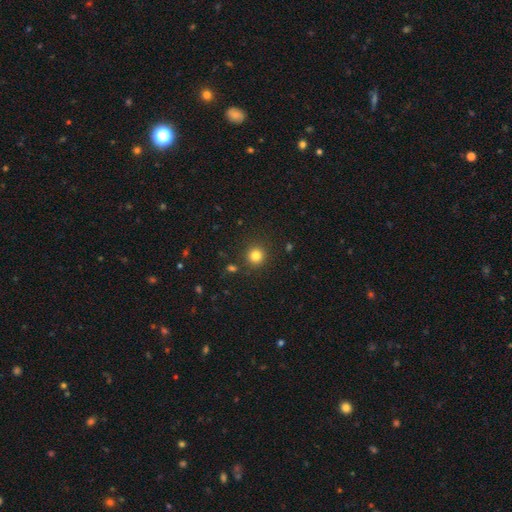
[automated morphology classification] This appears to be a smooth galaxy with no disk features (82%) that is round (94%). Merging: none (89%).